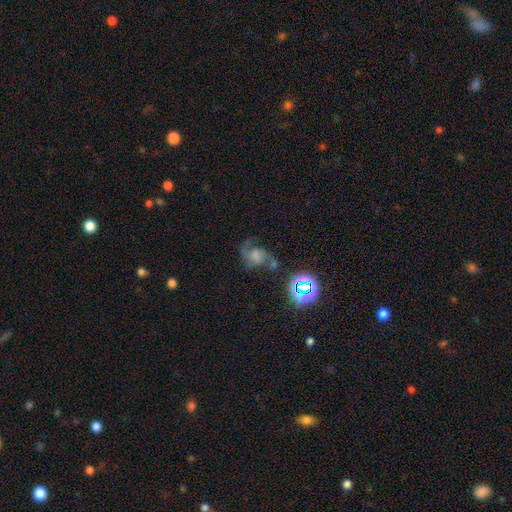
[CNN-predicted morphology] type=featured or disk (55%); edge-on=no (97%); bar=no (70%); spiral arms=yes (86%); bulge=none (29%); merging=none (40%).